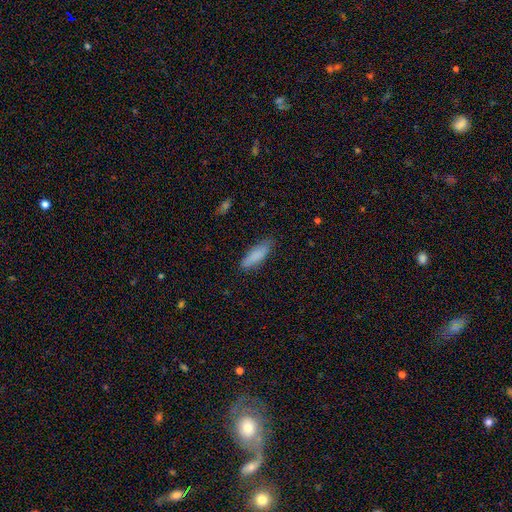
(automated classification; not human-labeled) smooth_or_featured: smooth (p=0.85) [alt: featured or disk p=0.09]
how_rounded: cigar-shaped (p=0.50) [alt: in between p=0.49]
merging: none (p=0.79) [alt: minor disturbance p=0.16]